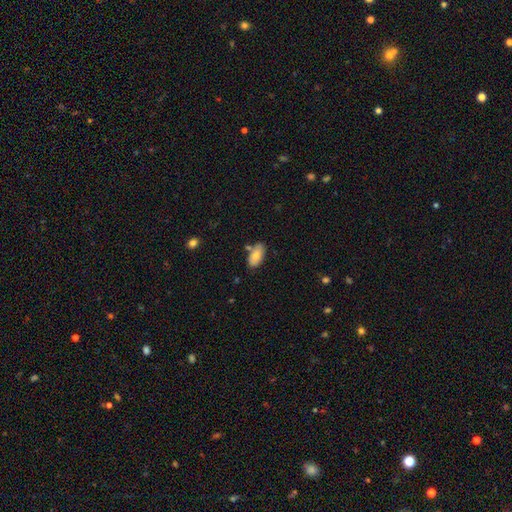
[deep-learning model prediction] Morphology: type=smooth (78%); roundness=in between (93%); merging=none (70%).